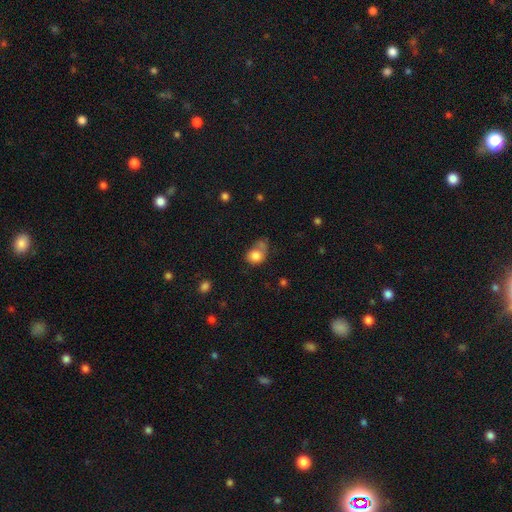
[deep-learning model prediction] Smooth or featured? Predicted: smooth (p=0.80). How rounded? Predicted: round (p=0.54). Merging? Predicted: none (p=0.37).